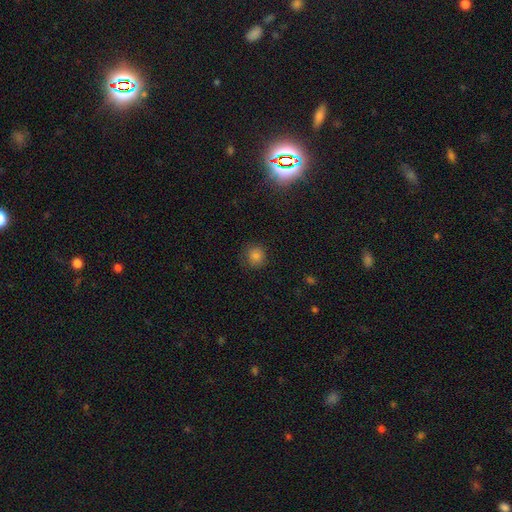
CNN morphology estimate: smooth_or_featured: smooth (p=0.82) [alt: star or artifact p=0.13]
how_rounded: round (p=0.90) [alt: in between p=0.09]
merging: none (p=0.83) [alt: minor disturbance p=0.13]